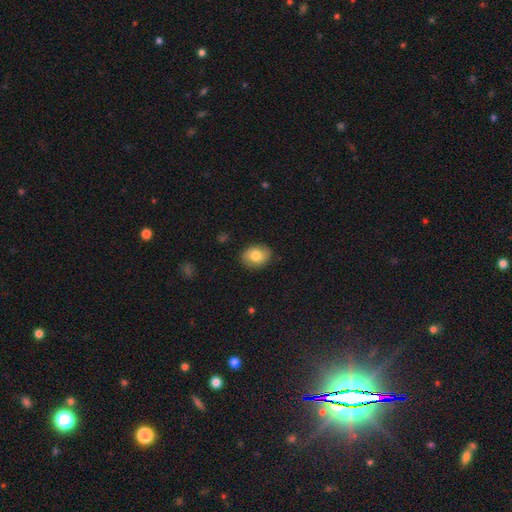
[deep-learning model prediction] This appears to be a smooth galaxy with no disk features (75%) that is in between round and cigar-shaped (59%). Merging: none (85%).